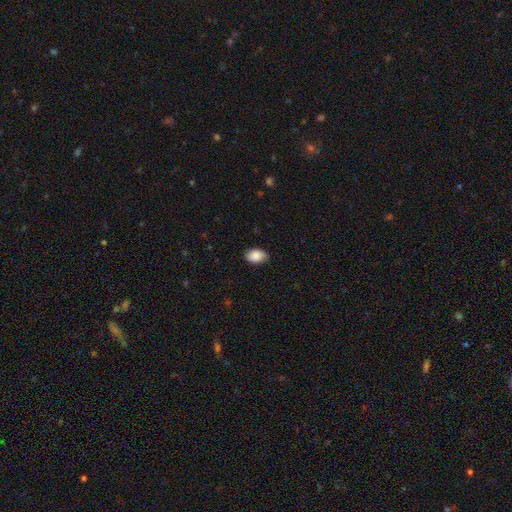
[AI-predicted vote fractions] Smooth or featured?
  - smooth: 89% *
  - star or artifact: 7%
  - featured or disk: 5%
How rounded?
  - in between: 88% *
  - round: 10%
  - cigar-shaped: 1%
Merging?
  - none: 83% *
  - minor disturbance: 14%
  - major disturbance: 2%
  - merger: 1%